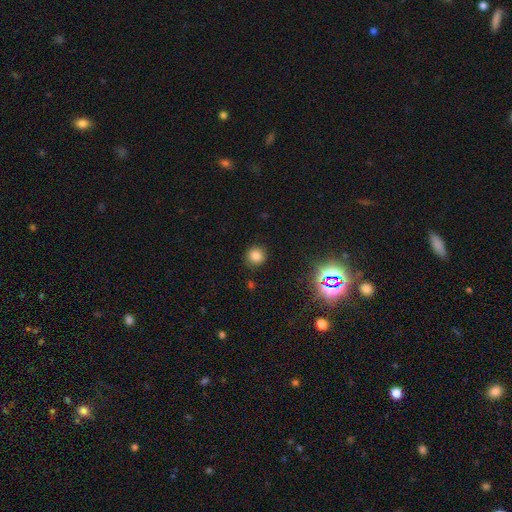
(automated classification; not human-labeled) A smooth galaxy with no disk features (79%) that is round (91%). Merging: none (87%).